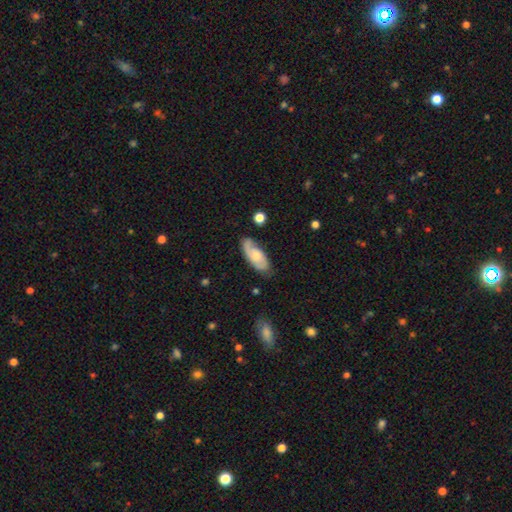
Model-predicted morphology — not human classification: This is possibly a featured or disk galaxy (50%). It is clearly not viewed edge-on (88%). Merging: likely none (66%).